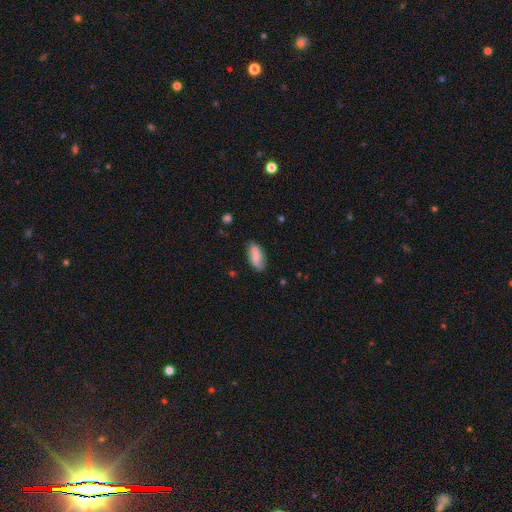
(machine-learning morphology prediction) Smooth or featured? Predicted: smooth (p=0.67). How rounded? Predicted: in between (p=0.85). Merging? Predicted: none (p=0.73).